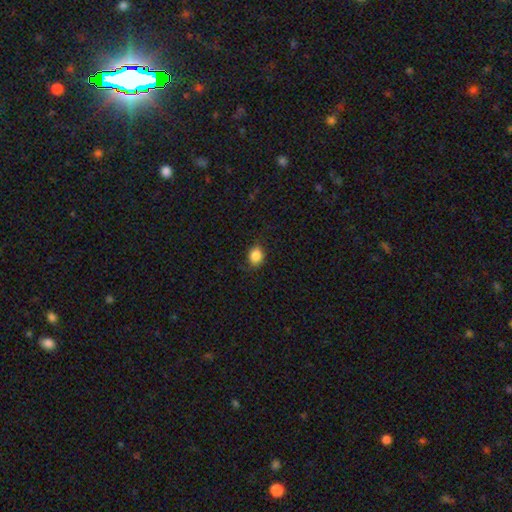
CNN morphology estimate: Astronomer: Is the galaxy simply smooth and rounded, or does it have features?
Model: smooth — 86%.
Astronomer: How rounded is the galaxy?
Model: round — 52% (runner-up: in between, 47%).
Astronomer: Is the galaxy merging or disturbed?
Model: none — 83%.